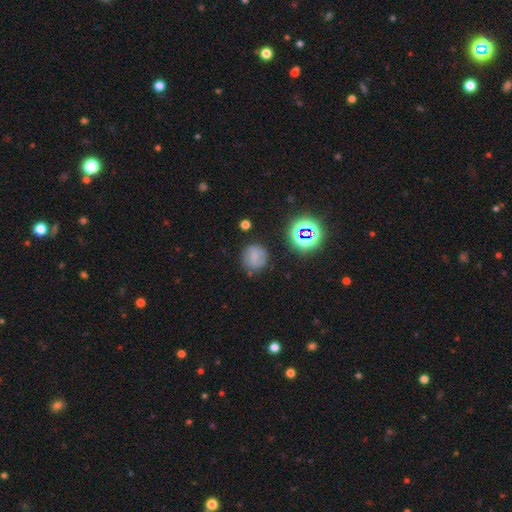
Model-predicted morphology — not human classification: A smooth galaxy with no disk features (64%) that is round (86%).

Vote fractions:
- Smooth or featured? smooth: 64% / star or artifact: 18% / featured or disk: 18%
- How rounded? round: 86% / in between: 13% / cigar-shaped: 1%
- Merging? none: 73% / minor disturbance: 18% / major disturbance: 6% / merger: 3%